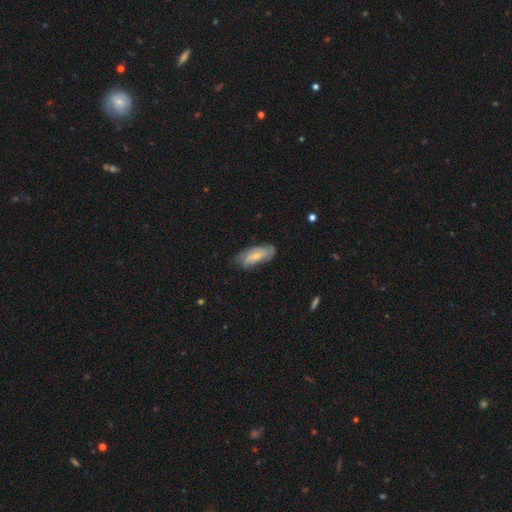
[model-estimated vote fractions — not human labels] Q: Smooth or featured?
A: featured or disk (60%); runner-up: smooth (33%)
Q: Edge-on disk?
A: no (91%); runner-up: yes (9%)
Q: Bar?
A: no (59%); runner-up: weak (33%)
Q: Spiral arms?
A: yes (87%); runner-up: no (13%)
Q: Bulge size?
A: small (55%); runner-up: moderate (35%)
Q: Merging?
A: none (63%); runner-up: minor disturbance (26%)